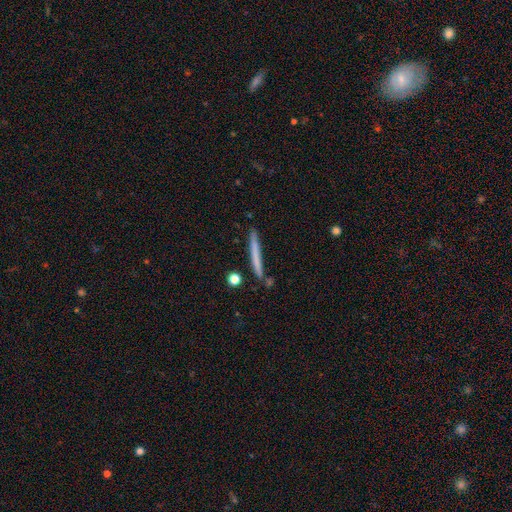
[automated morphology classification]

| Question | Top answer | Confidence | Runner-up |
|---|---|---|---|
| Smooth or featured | smooth | 65% | featured or disk (29%) |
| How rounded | cigar-shaped | 96% | in between (2%) |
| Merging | none | 83% | minor disturbance (11%) |